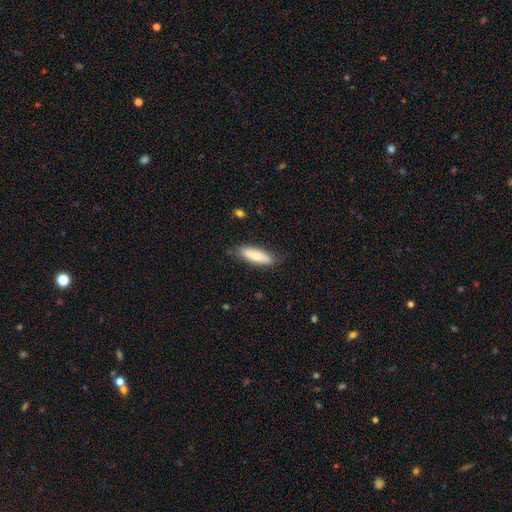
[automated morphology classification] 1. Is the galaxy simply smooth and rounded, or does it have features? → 78% smooth, 16% featured or disk, 6% star or artifact.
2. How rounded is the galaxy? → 59% cigar-shaped, 40% in between, 1% round.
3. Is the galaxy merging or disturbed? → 78% none, 17% minor disturbance, 3% major disturbance, 1% merger.